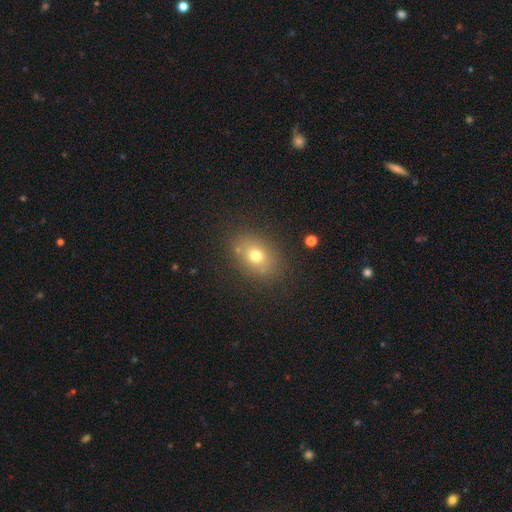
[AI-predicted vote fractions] A smooth galaxy with no disk features (71%) that is in between round and cigar-shaped (60%).

Vote fractions:
- Smooth or featured? smooth: 71% / star or artifact: 15% / featured or disk: 14%
- How rounded? in between: 60% / round: 39% / cigar-shaped: 1%
- Merging? none: 81% / minor disturbance: 11% / major disturbance: 4% / merger: 3%